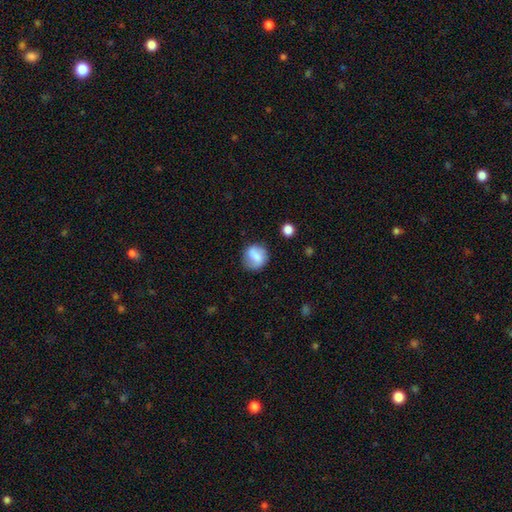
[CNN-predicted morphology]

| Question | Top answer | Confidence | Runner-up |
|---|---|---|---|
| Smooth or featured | smooth | 68% | featured or disk (24%) |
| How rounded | round | 80% | in between (19%) |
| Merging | none | 73% | minor disturbance (18%) |